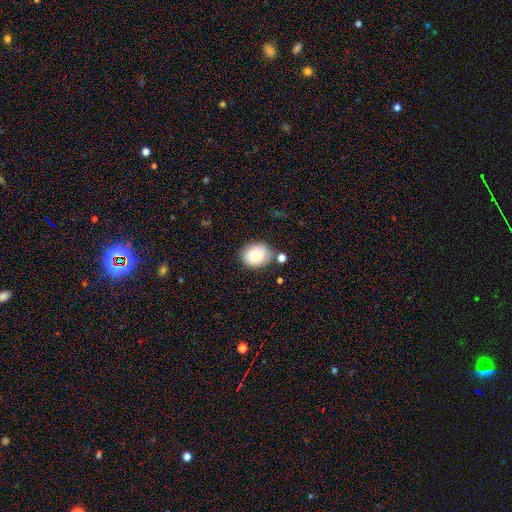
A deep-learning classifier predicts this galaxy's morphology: Overall: smooth (75%). How rounded: round (52%; in between 47%). Merging: none (68%).